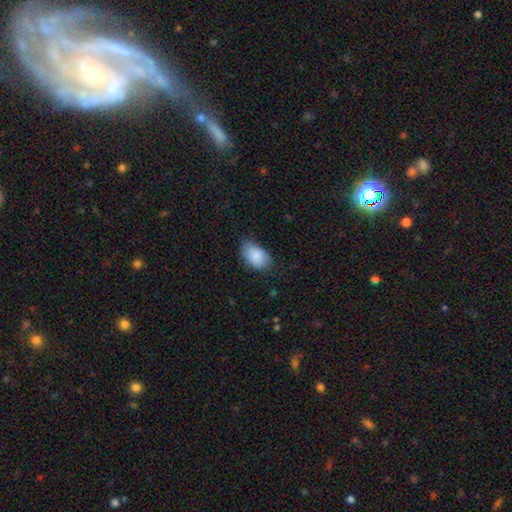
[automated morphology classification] Smooth or featured?
  - smooth: 88% *
  - star or artifact: 7%
  - featured or disk: 6%
How rounded?
  - in between: 91% *
  - round: 8%
  - cigar-shaped: 1%
Merging?
  - none: 66% *
  - minor disturbance: 28%
  - major disturbance: 5%
  - merger: 1%